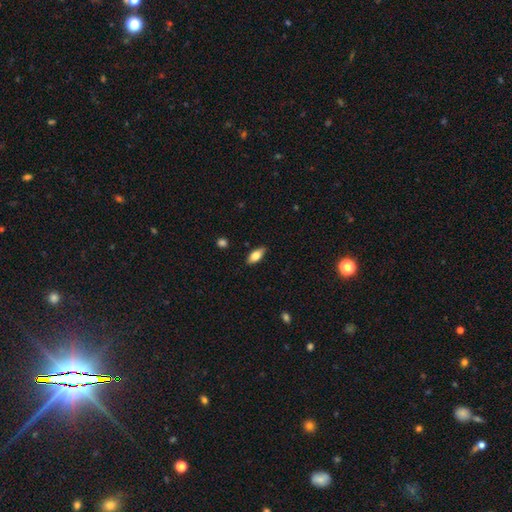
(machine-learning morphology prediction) smooth_or_featured: smooth (p=0.76) [alt: featured or disk p=0.18]
how_rounded: in between (p=0.85) [alt: cigar-shaped p=0.12]
merging: none (p=0.86) [alt: minor disturbance p=0.11]